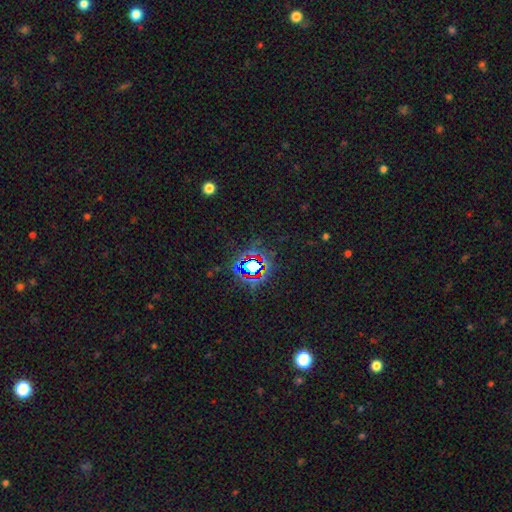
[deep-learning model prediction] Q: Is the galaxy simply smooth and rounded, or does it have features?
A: star or artifact — 80%.